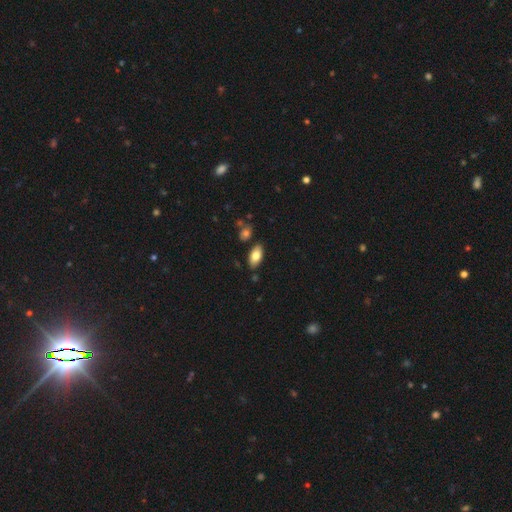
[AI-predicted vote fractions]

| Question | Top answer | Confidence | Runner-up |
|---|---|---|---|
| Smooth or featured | smooth | 80% | featured or disk (13%) |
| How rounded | in between | 93% | cigar-shaped (4%) |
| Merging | none | 83% | minor disturbance (11%) |